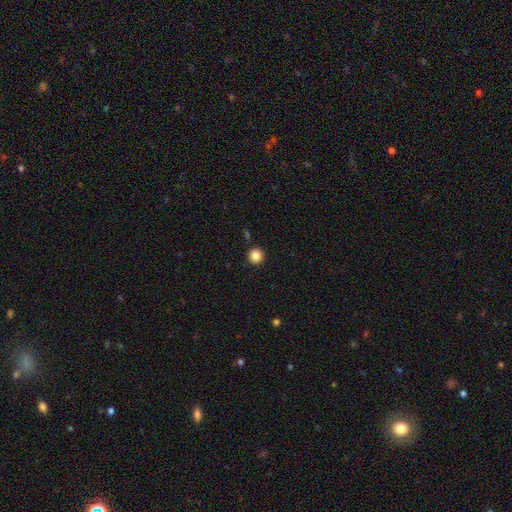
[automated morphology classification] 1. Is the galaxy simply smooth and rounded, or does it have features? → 86% smooth, 10% star or artifact, 4% featured or disk.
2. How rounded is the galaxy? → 95% round, 4% in between, 1% cigar-shaped.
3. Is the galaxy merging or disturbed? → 91% none, 5% minor disturbance, 2% merger, 2% major disturbance.